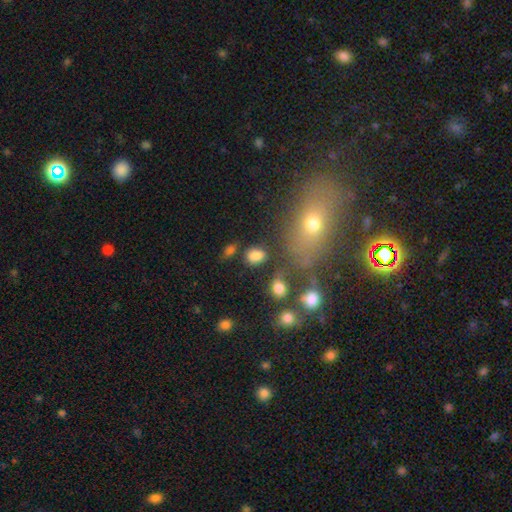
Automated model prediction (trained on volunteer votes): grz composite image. It shows a smooth galaxy with no disk features (80%) that is in between round and cigar-shaped (62%). Merging: none (68%).